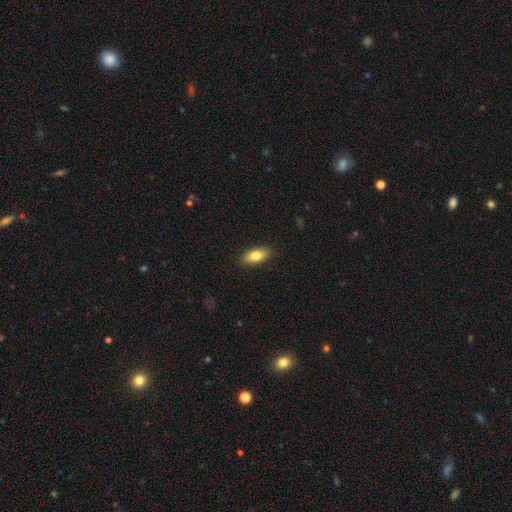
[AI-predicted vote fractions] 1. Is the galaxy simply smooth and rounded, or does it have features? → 81% smooth, 13% featured or disk, 7% star or artifact.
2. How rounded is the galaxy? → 82% in between, 15% cigar-shaped, 3% round.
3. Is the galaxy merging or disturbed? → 87% none, 10% minor disturbance, 2% major disturbance, 1% merger.